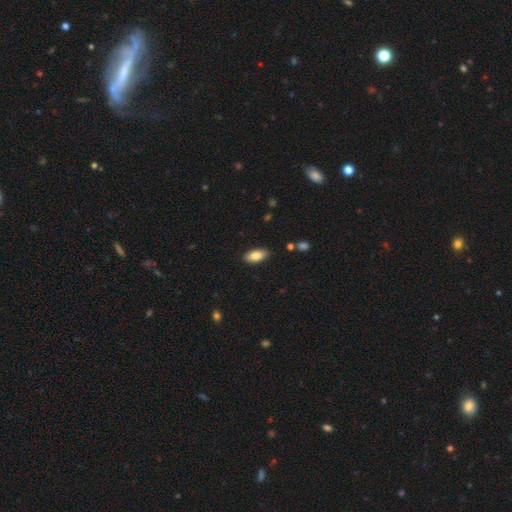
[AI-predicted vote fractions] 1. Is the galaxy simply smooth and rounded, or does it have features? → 83% smooth, 10% featured or disk, 7% star or artifact.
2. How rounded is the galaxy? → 89% in between, 9% cigar-shaped, 2% round.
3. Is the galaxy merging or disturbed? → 87% none, 10% minor disturbance, 2% major disturbance, 1% merger.